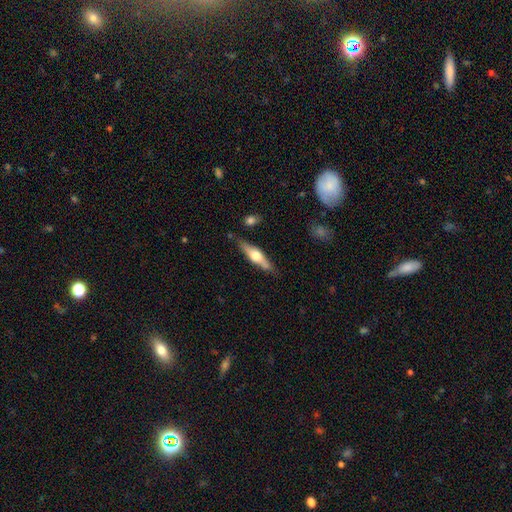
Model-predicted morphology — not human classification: smooth_or_featured: featured or disk (p=0.58) [alt: smooth p=0.36]
disk_edge_on: yes (p=0.93) [alt: no p=0.07]
edge_on_bulge: rounded (p=0.93) [alt: boxy p=0.05]
merging: none (p=0.80) [alt: minor disturbance p=0.14]